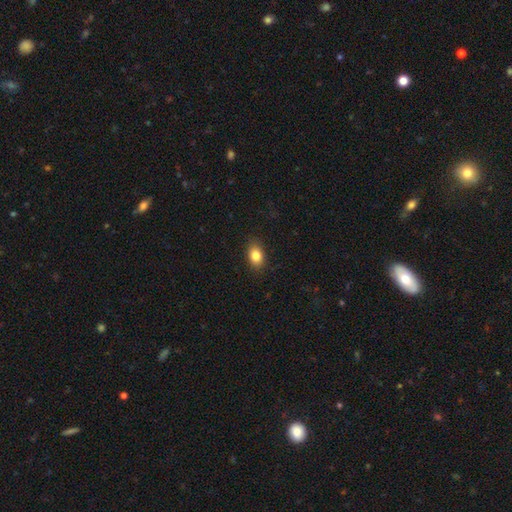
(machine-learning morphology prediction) Smooth or featured?
  - smooth: 84% *
  - star or artifact: 9%
  - featured or disk: 7%
How rounded?
  - in between: 78% *
  - round: 21%
  - cigar-shaped: 2%
Merging?
  - none: 87% *
  - minor disturbance: 10%
  - major disturbance: 2%
  - merger: 1%